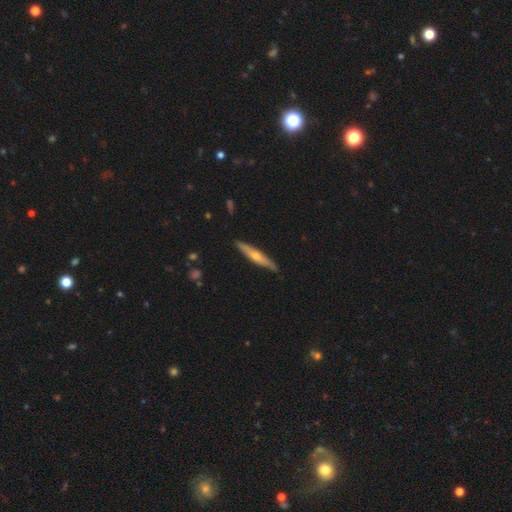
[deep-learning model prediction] smooth-or-featured: featured or disk: 59% | smooth: 35% | star or artifact: 6%
  disk-edge-on: yes: 93% | no: 7%
    edge-on-bulge: rounded: 81% | none: 15% | boxy: 4%
  merging: none: 88% | minor disturbance: 9% | major disturbance: 2% | merger: 1%